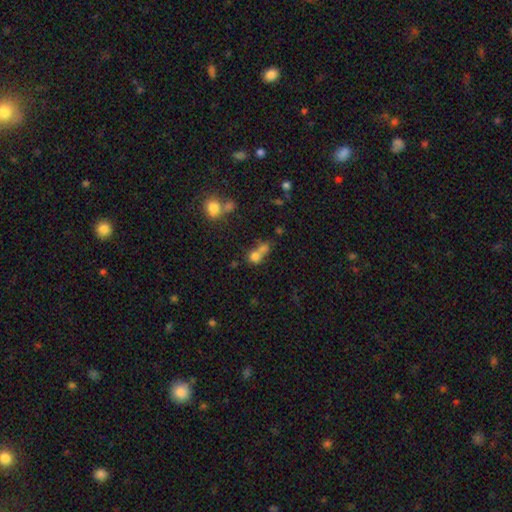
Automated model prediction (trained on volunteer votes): The model was most divided on "merging": merger: 54%, none: 33%, minor disturbance: 8%, major disturbance: 6%. More confident: how rounded — round (75%); smooth or featured — smooth (73%).